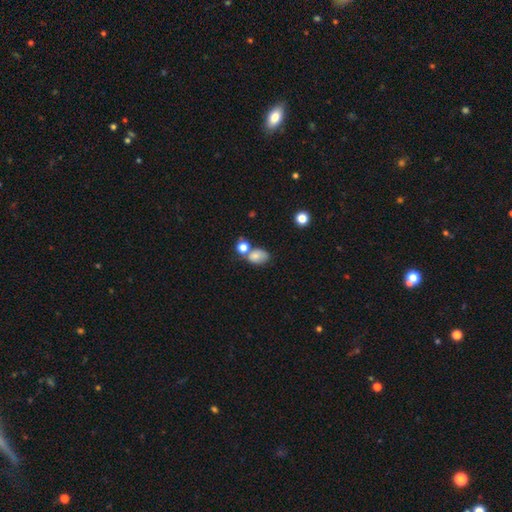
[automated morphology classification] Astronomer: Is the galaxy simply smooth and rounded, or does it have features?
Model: smooth — 77%.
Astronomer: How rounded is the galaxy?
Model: in between — 73%.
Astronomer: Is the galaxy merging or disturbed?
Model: none — 45% (runner-up: merger, 31%).